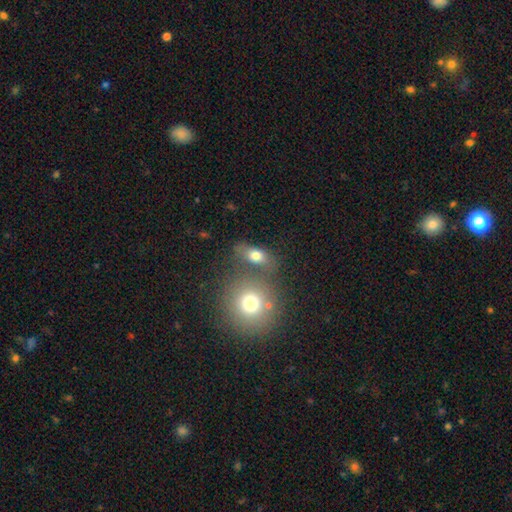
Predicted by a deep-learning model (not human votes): Smooth or featured? smooth (73%)
How rounded? in between (64%)
Merging? none (53%)